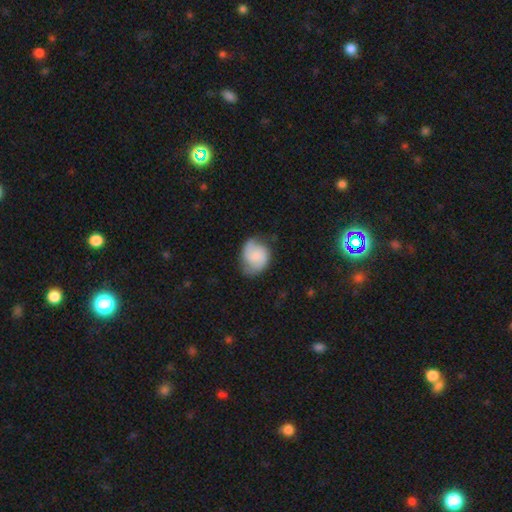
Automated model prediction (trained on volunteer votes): This appears to be a smooth galaxy with no disk features (49%). Merging: none (59%).